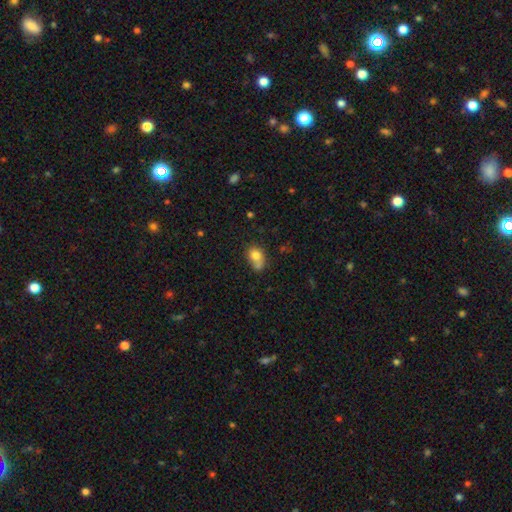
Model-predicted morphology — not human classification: Q: Smooth or featured?
A: smooth (77%); runner-up: featured or disk (13%)
Q: How rounded?
A: in between (55%); runner-up: round (44%)
Q: Merging?
A: none (37%); runner-up: merger (34%)